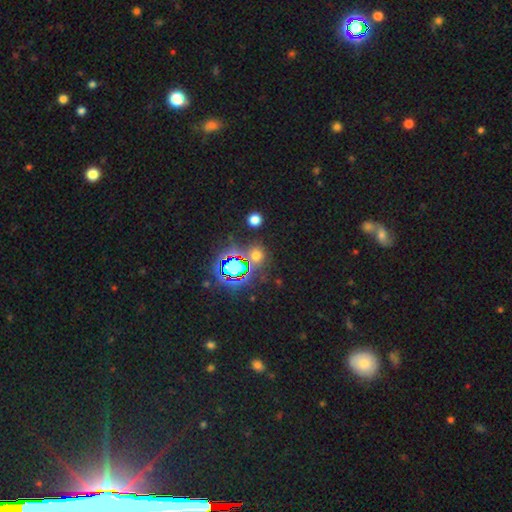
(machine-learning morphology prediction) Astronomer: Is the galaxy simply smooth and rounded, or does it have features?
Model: smooth — 48% (runner-up: star or artifact, 45%).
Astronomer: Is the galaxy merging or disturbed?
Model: none — 78%.